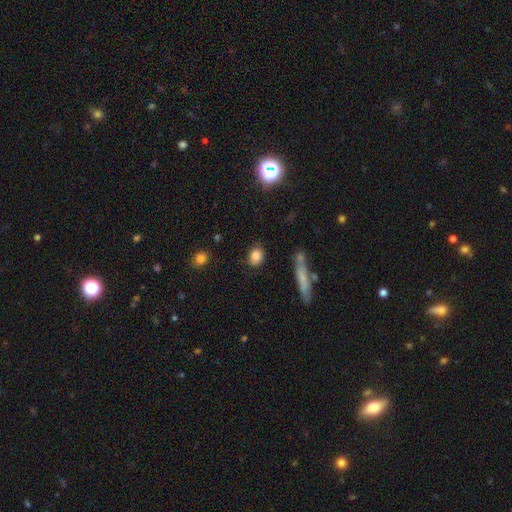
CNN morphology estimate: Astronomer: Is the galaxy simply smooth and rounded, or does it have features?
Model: smooth — 84%.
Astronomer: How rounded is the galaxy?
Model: round — 61%.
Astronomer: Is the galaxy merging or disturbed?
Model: none — 79%.